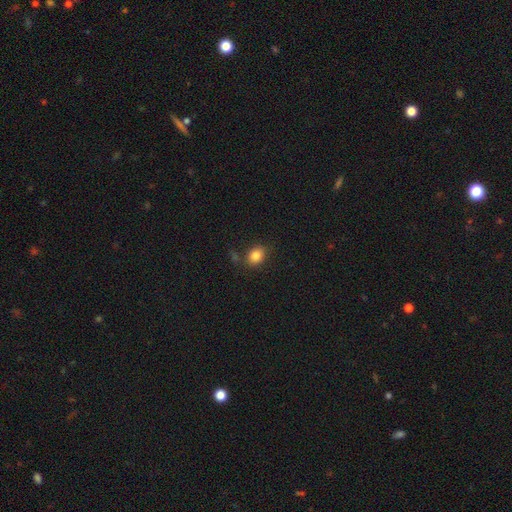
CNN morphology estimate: This appears to be a smooth galaxy with no disk features (84%) that is in between round and cigar-shaped (60%). Merging: none (76%).